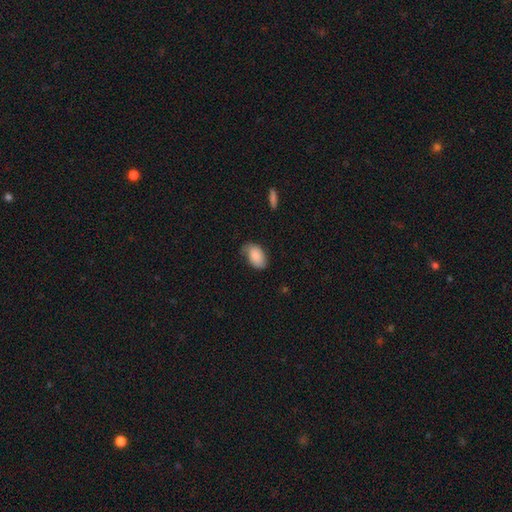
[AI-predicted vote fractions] A smooth galaxy with no disk features (84%) that is in between round and cigar-shaped (93%). Merging: none (60%).